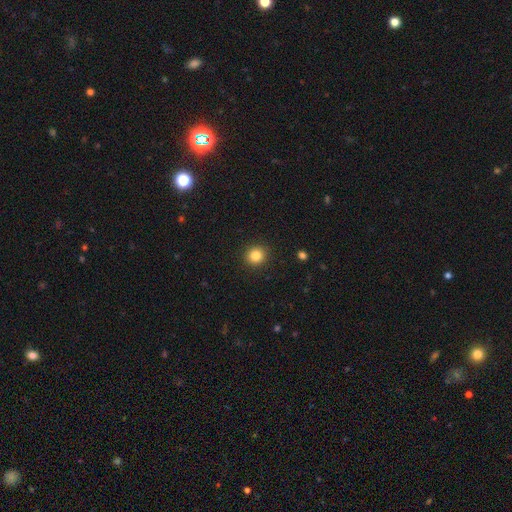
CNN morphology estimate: This appears to be a smooth galaxy with no disk features (84%) that is round (90%). Merging: none (92%).